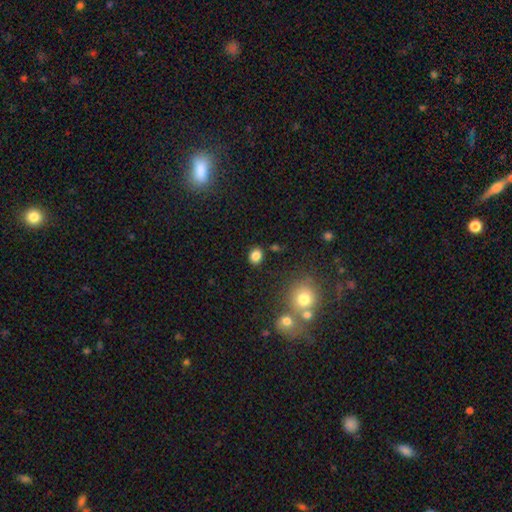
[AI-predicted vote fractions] smooth-or-featured: smooth: 83% | star or artifact: 12% | featured or disk: 5%
  how-rounded: round: 53% | in between: 46% | cigar-shaped: 1%
  merging: none: 84% | minor disturbance: 9% | merger: 4% | major disturbance: 3%